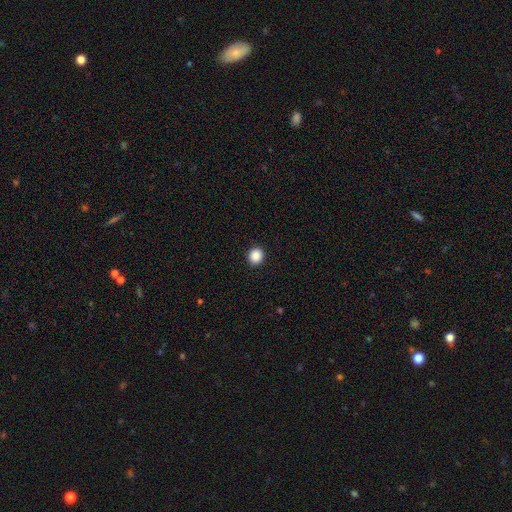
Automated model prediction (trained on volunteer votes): Morphology: type=smooth (88%); roundness=round (84%); merging=none (93%).